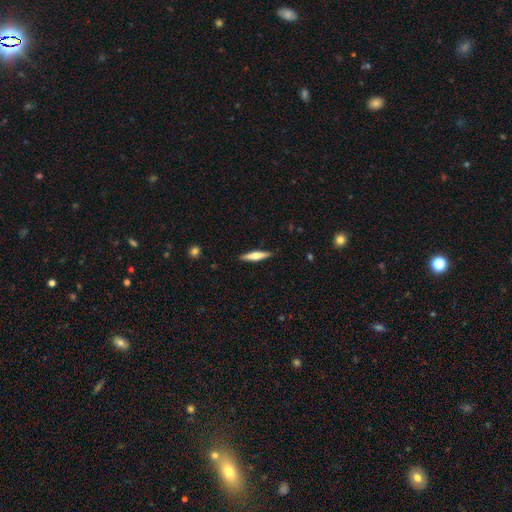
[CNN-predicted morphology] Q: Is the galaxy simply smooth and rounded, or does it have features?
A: smooth — 49%.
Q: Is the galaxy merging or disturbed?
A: none — 90%.